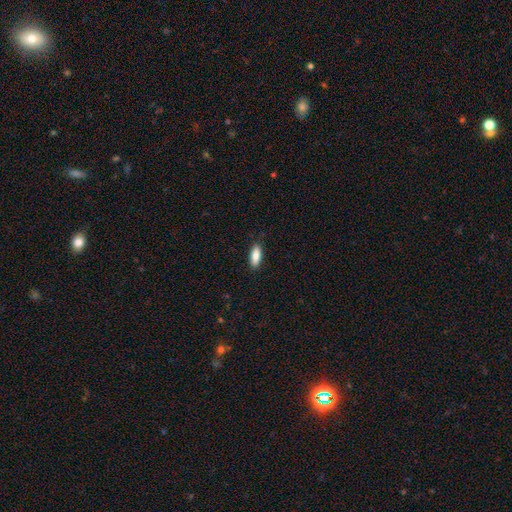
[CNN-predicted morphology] A smooth galaxy with no disk features (85%) that is in between round and cigar-shaped (70%). Merging: none (88%).